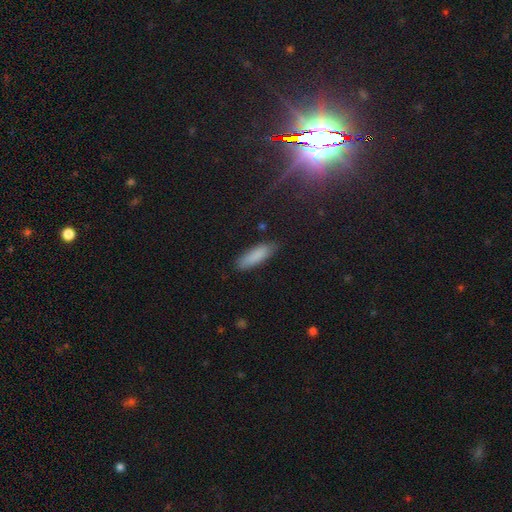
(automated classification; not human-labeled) The model was most divided on "how rounded": cigar-shaped: 56%, in between: 43%, round: 2%. More confident: smooth or featured — smooth (86%); merging — none (83%).